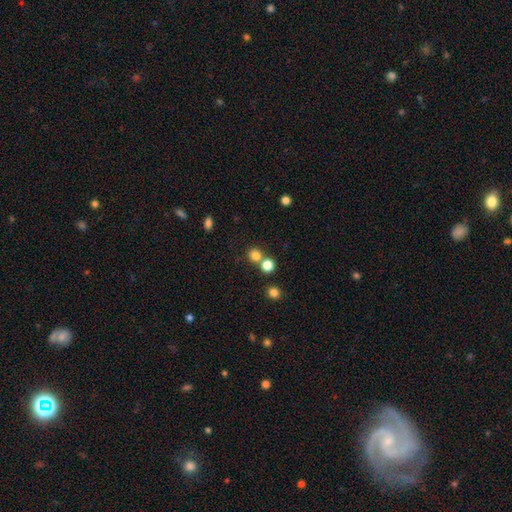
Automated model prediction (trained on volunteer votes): This is likely a smooth galaxy (78%). How rounded: clearly round (89%). Merging: likely none (63%).